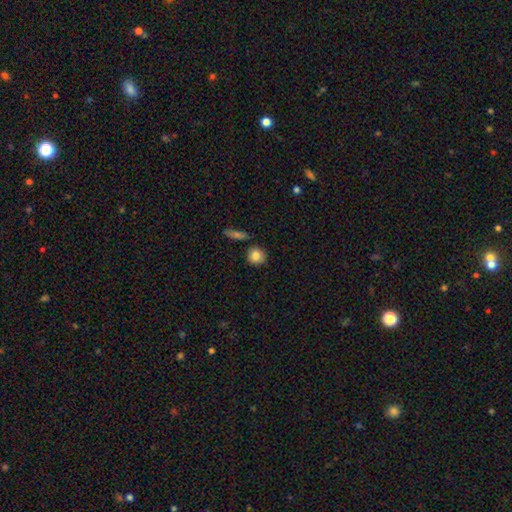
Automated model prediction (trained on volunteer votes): smooth-or-featured: smooth: 84% | star or artifact: 8% | featured or disk: 8%
  how-rounded: round: 85% | in between: 13% | cigar-shaped: 2%
  merging: none: 82% | minor disturbance: 10% | merger: 6% | major disturbance: 2%